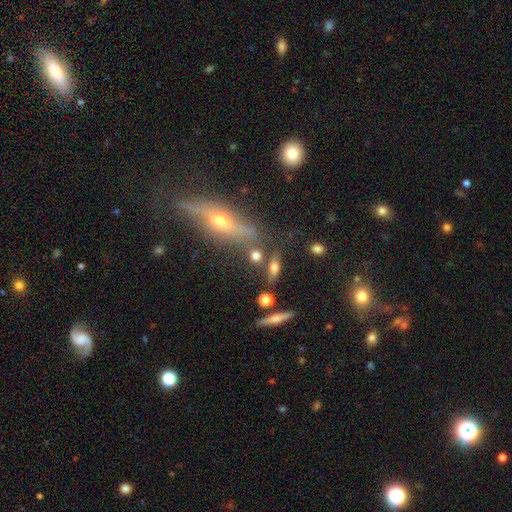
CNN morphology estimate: A smooth galaxy with no disk features (62%) that is in between round and cigar-shaped (45%). Merging: none (62%).